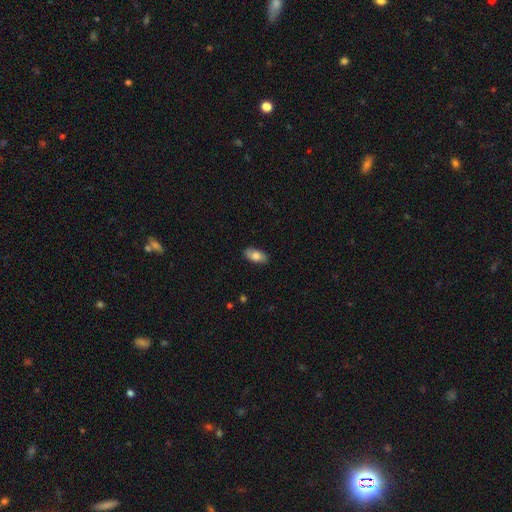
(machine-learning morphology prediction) Smooth or featured?
  - smooth: 78% *
  - featured or disk: 15%
  - star or artifact: 7%
How rounded?
  - in between: 92% *
  - cigar-shaped: 4%
  - round: 4%
Merging?
  - none: 85% *
  - minor disturbance: 12%
  - major disturbance: 2%
  - merger: 1%